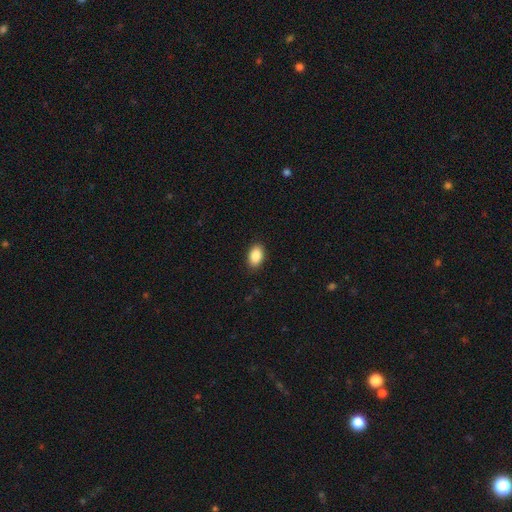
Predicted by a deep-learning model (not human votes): This is clearly a smooth galaxy (88%). How rounded: clearly in between (91%). Merging: clearly none (89%).